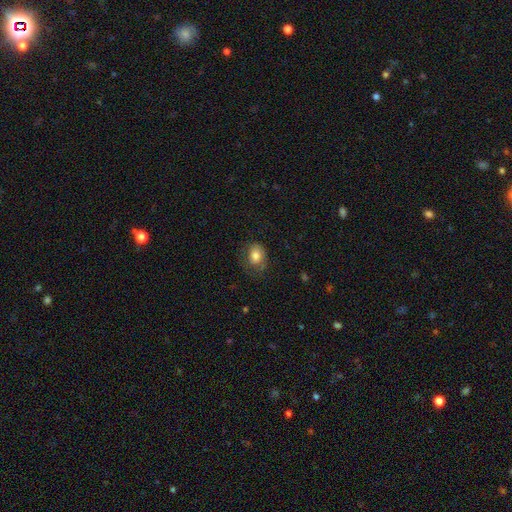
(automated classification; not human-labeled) This appears to be a smooth galaxy with no disk features (77%) that is in between round and cigar-shaped (57%). Merging: none (60%).